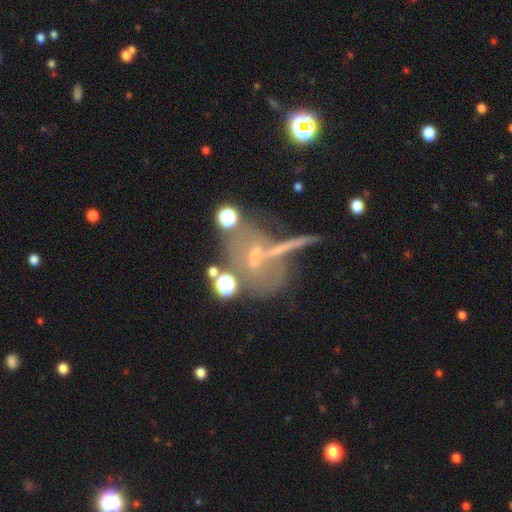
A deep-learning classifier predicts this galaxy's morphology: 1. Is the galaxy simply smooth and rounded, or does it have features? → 46% featured or disk, 28% star or artifact, 26% smooth.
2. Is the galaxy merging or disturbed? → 37% none, 24% merger, 23% major disturbance, 15% minor disturbance.